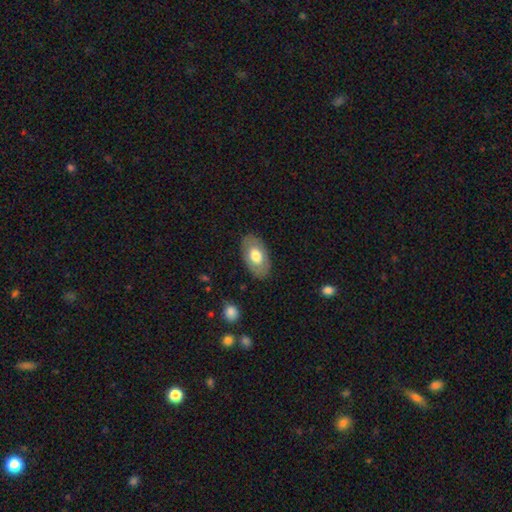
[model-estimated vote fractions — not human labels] The model was most divided on "smooth or featured": smooth: 64%, featured or disk: 30%, star or artifact: 6%. More confident: how rounded — in between (93%); merging — none (84%).